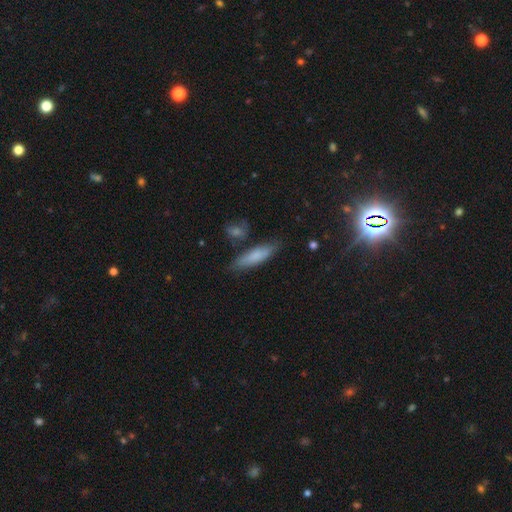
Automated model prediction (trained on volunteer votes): A smooth galaxy with no disk features (76%) that is cigar-shaped (71%). Merging: none (77%).